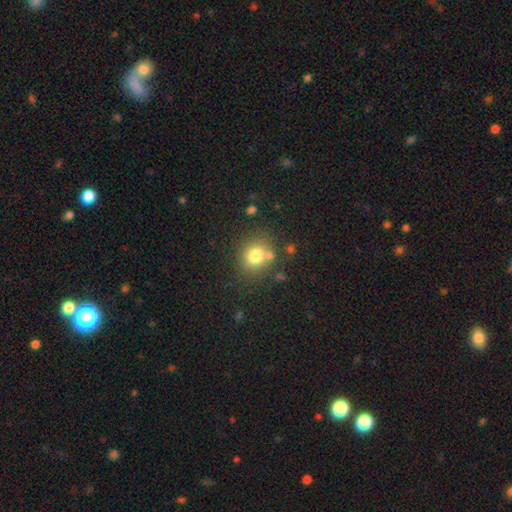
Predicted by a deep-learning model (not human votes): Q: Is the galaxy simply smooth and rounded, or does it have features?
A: smooth — 76%.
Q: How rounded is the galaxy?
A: round — 75%.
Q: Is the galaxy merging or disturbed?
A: none — 69%.